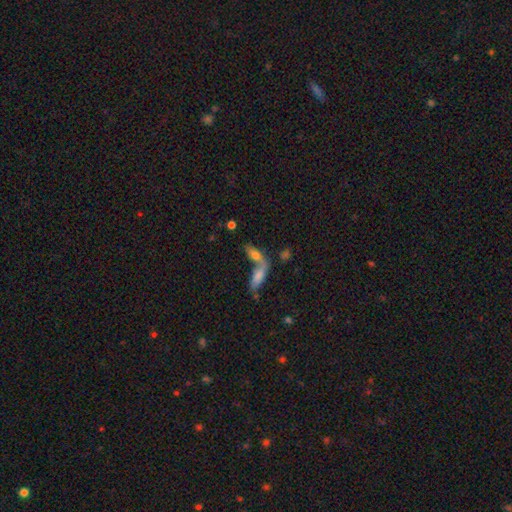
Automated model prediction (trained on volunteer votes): This appears to be a smooth galaxy with no disk features (61%) that is in between round and cigar-shaped (57%). Merging: merger (59%).